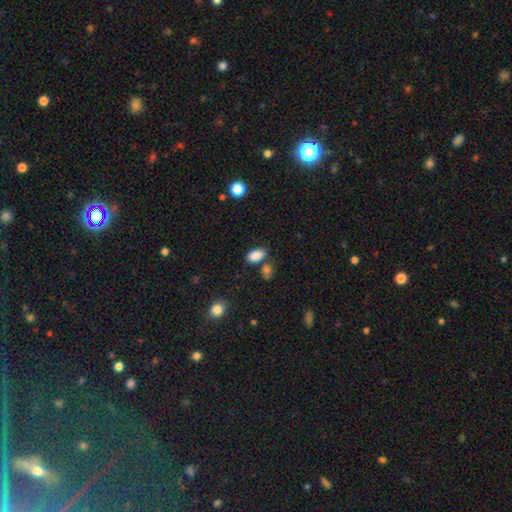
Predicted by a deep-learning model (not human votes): smooth 87%, star or artifact 9%, featured or disk 4%. Down the decision tree: how rounded — in between (91%); merging — none (67%).